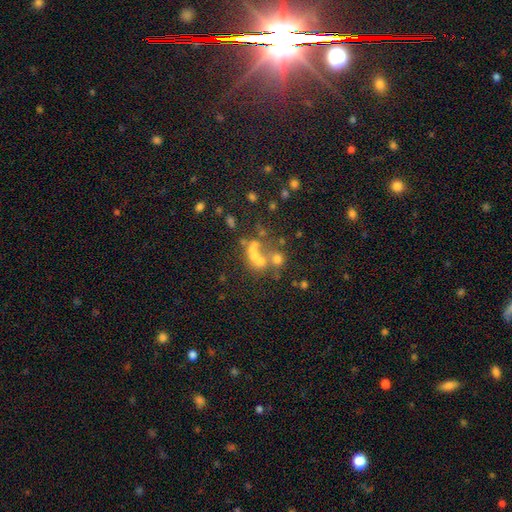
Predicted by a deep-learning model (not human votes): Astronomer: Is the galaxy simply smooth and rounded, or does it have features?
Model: smooth — 38% (runner-up: featured or disk, 35%).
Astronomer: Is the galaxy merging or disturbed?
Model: merger — 48% (runner-up: none, 31%).